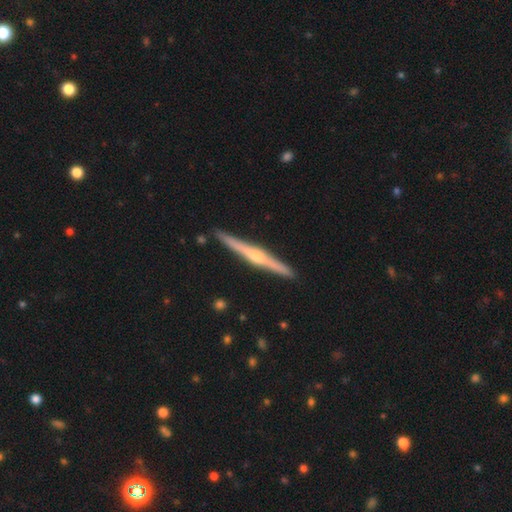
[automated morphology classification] A featured or disk galaxy (80%) viewed edge-on (98%) with a rounded central bulge (84%). Merging: none (91%).